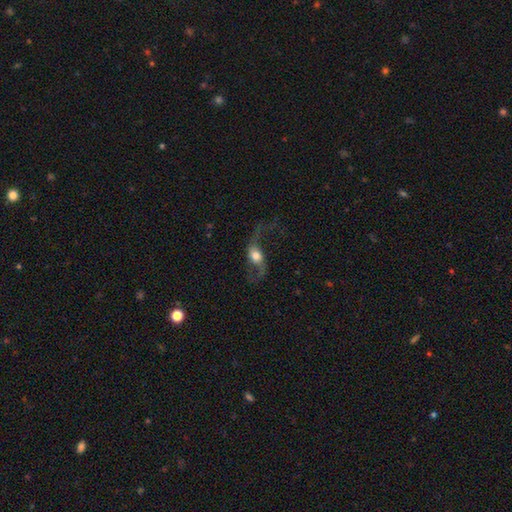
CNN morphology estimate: Overall: featured or disk (71%). Edge-on disk: no (89%). Bar: no (62%; weak 27%). Spiral arms: yes (87%). Spiral arm count: 2 (91%). Spiral winding: loose (90%). Bulge size: moderate (50%; large 32%). Merging: none (51%; major disturbance 30%).